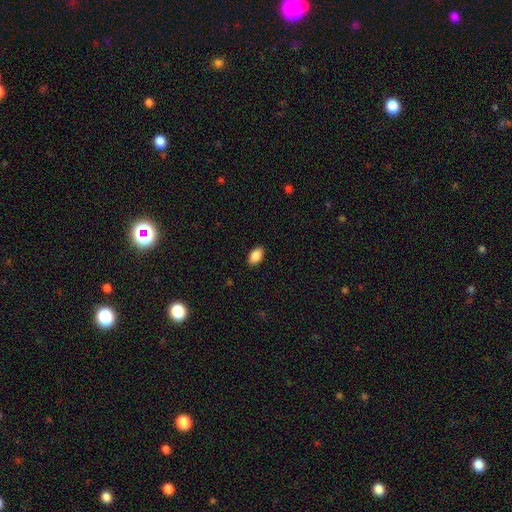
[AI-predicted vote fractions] smooth-or-featured: smooth: 89% | star or artifact: 7% | featured or disk: 4%
  how-rounded: in between: 93% | round: 5% | cigar-shaped: 2%
  merging: none: 88% | minor disturbance: 9% | major disturbance: 2% | merger: 1%